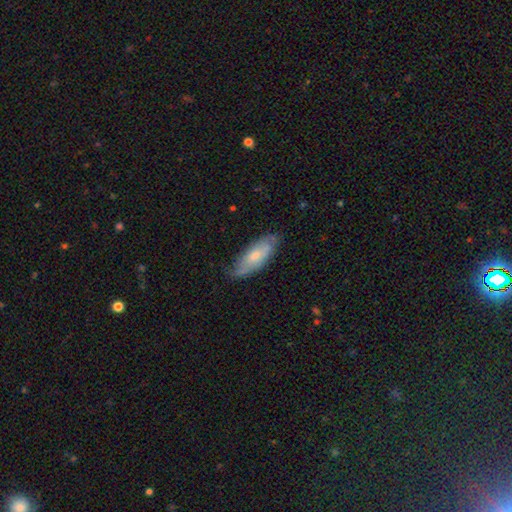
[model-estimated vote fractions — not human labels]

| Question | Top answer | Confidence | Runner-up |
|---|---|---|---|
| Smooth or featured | smooth | 54% | featured or disk (40%) |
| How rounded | in between | 70% | cigar-shaped (28%) |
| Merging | none | 70% | minor disturbance (24%) |